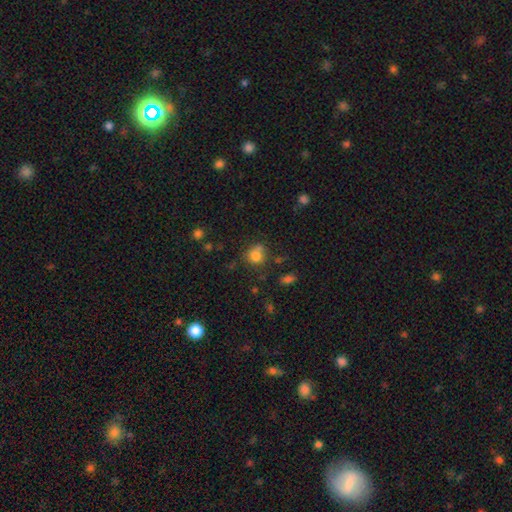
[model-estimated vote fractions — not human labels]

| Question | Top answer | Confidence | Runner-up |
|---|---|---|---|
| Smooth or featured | smooth | 78% | star or artifact (13%) |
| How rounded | round | 80% | in between (19%) |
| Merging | none | 59% | merger (18%) |